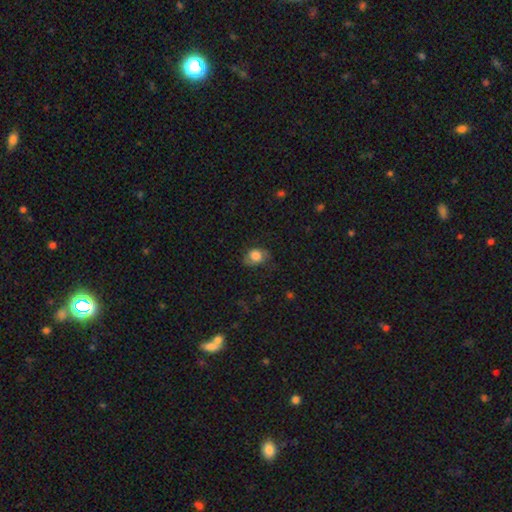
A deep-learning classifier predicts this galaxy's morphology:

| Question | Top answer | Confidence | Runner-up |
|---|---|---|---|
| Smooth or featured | smooth | 78% | featured or disk (13%) |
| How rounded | in between | 51% | round (48%) |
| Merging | none | 52% | minor disturbance (31%) |